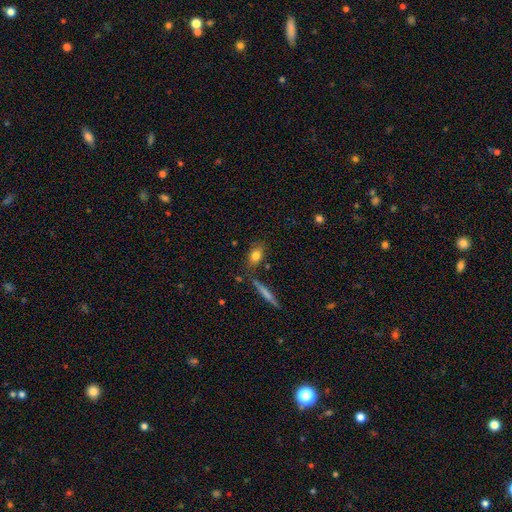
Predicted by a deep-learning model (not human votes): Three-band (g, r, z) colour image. It shows a smooth galaxy with no disk features (78%) that is in between round and cigar-shaped (77%). Merging: none (72%).